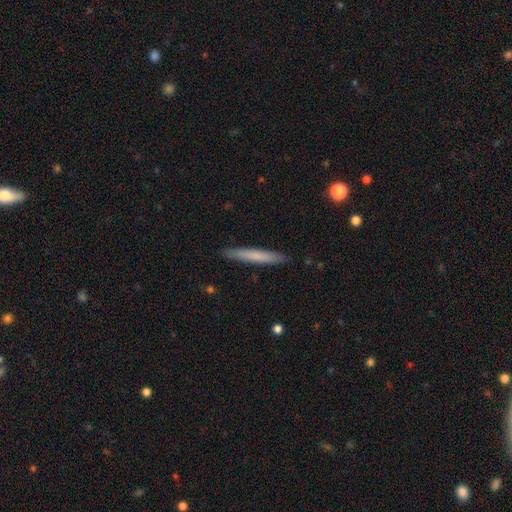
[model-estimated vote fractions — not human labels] smooth-or-featured: smooth: 70% | featured or disk: 25% | star or artifact: 6%
  how-rounded: cigar-shaped: 96% | in between: 3% | round: 1%
  merging: none: 90% | minor disturbance: 7% | major disturbance: 1% | merger: 1%